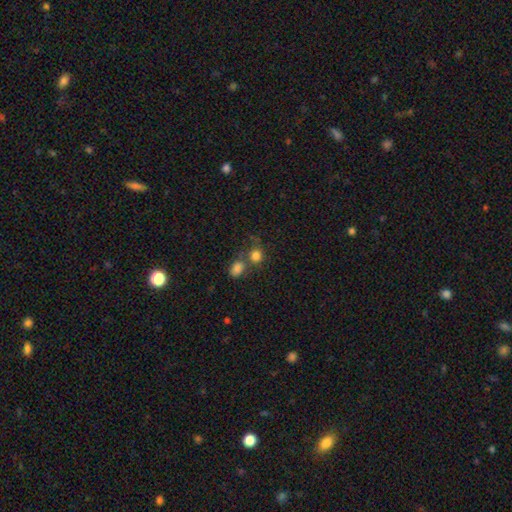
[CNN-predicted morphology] Q: Smooth or featured?
A: smooth (81%); runner-up: star or artifact (12%)
Q: How rounded?
A: round (74%); runner-up: in between (25%)
Q: Merging?
A: none (53%); runner-up: merger (31%)